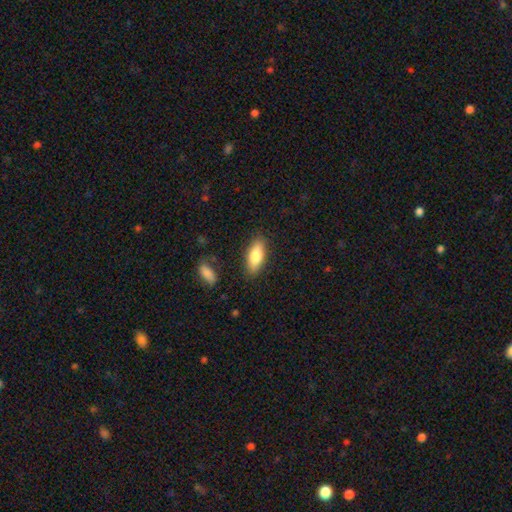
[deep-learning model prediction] A smooth galaxy with no disk features (81%) that is in between round and cigar-shaped (75%). Merging: none (85%).